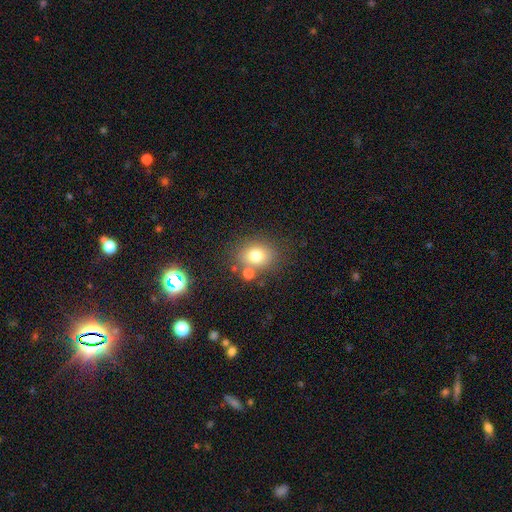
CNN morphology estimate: Smooth or featured? smooth (75%)
How rounded? round (56%)
Merging? none (68%)